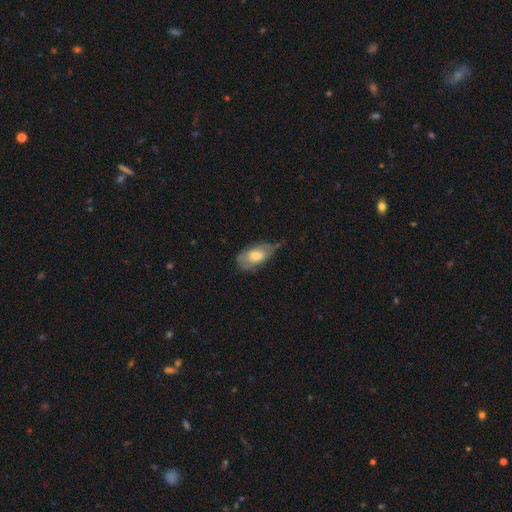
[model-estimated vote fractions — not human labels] Morphology: type=smooth (61%); roundness=in between (92%); merging=none (49%).